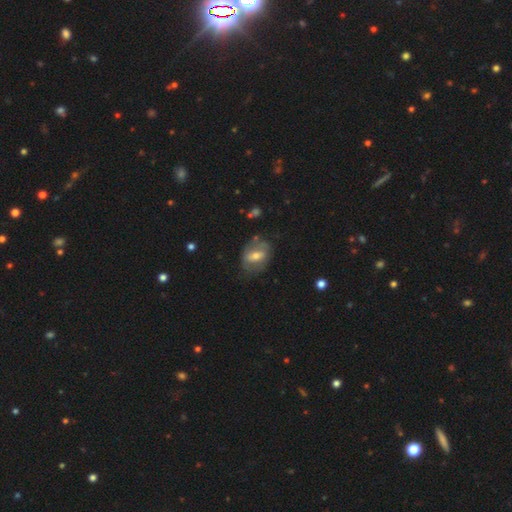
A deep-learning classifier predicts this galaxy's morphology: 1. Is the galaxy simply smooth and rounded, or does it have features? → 52% featured or disk, 41% smooth, 7% star or artifact.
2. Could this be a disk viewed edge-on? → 92% no, 8% yes.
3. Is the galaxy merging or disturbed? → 60% none, 25% minor disturbance, 13% major disturbance, 3% merger.